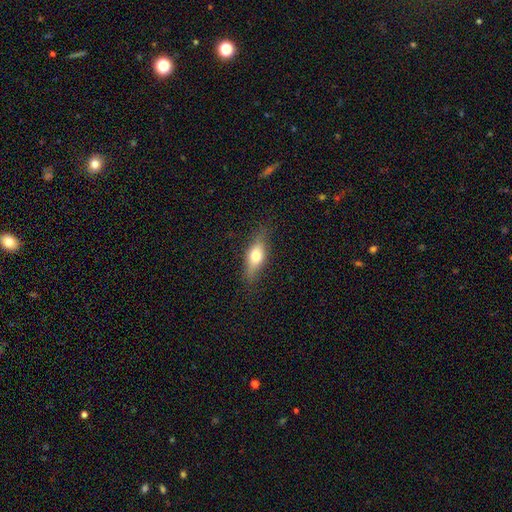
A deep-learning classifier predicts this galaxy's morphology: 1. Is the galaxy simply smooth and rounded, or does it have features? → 57% smooth, 35% featured or disk, 8% star or artifact.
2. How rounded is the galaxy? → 62% in between, 32% cigar-shaped, 6% round.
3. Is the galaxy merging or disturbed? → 80% none, 15% minor disturbance, 4% major disturbance, 1% merger.